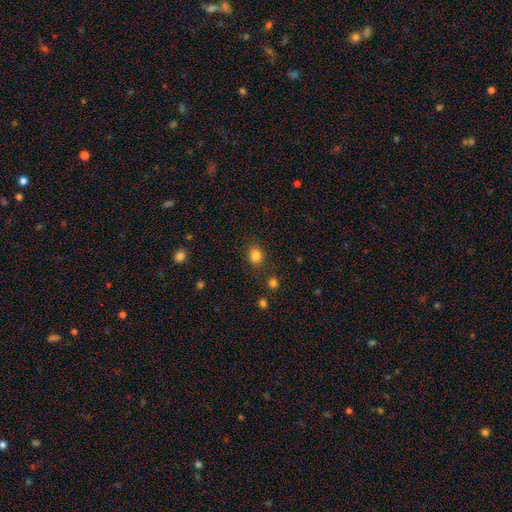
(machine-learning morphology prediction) smooth_or_featured: smooth (p=0.83) [alt: star or artifact p=0.12]
how_rounded: round (p=0.60) [alt: in between p=0.39]
merging: none (p=0.79) [alt: minor disturbance p=0.13]